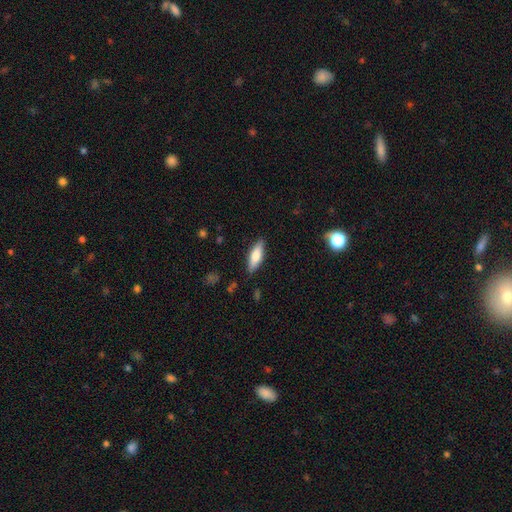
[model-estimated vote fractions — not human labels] smooth-or-featured: smooth: 70% | featured or disk: 24% | star or artifact: 6%
  how-rounded: in between: 57% | cigar-shaped: 41% | round: 2%
  merging: none: 86% | minor disturbance: 10% | major disturbance: 2% | merger: 1%